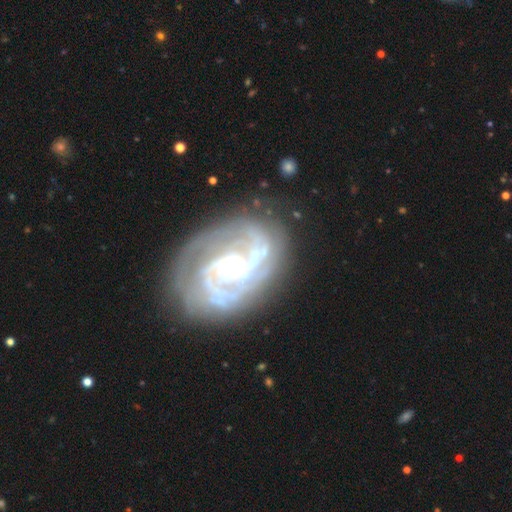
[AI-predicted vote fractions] This is clearly a featured or disk galaxy (87%). It is clearly not viewed edge-on (97%). Bar: possibly no (58%). Spiral arm pattern: clearly yes (95%). Spiral arm count: marginally 2 (38%). Spiral winding: likely tight (63%). Central bulge: possibly moderate (48%). Merging: likely none (71%).